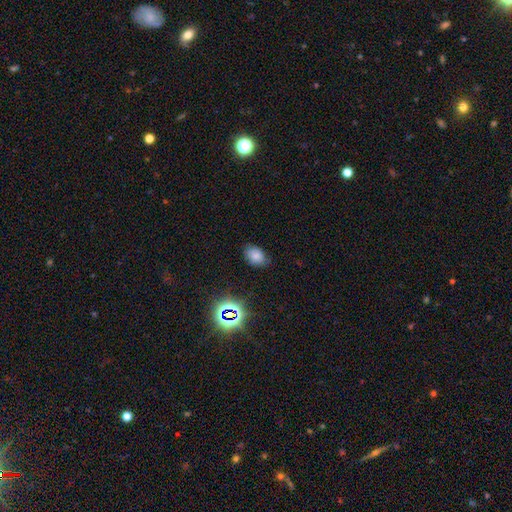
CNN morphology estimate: Smooth or featured? smooth (75%)
How rounded? in between (76%)
Merging? none (76%)